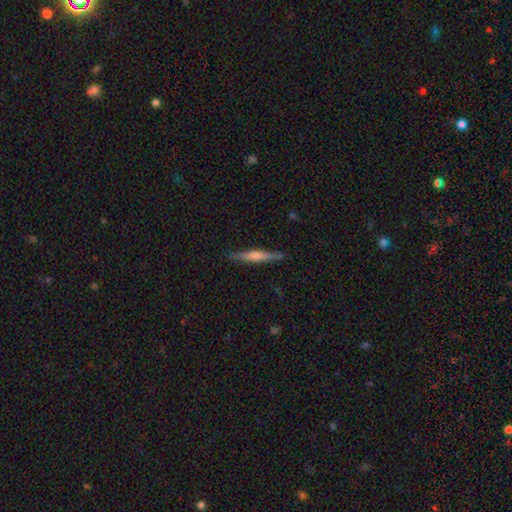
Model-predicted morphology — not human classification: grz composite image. It shows a featured or disk galaxy (61%) viewed edge-on (97%) with a rounded central bulge (62%). Merging: none (89%).